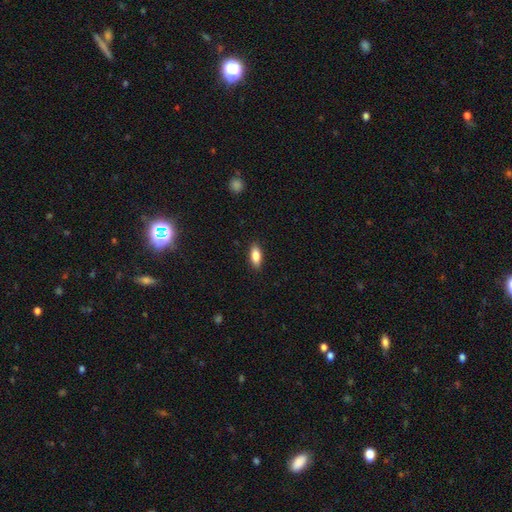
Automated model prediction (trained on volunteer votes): smooth 84%, featured or disk 9%, star or artifact 7%. Down the decision tree: how rounded — in between (81%); merging — none (89%).